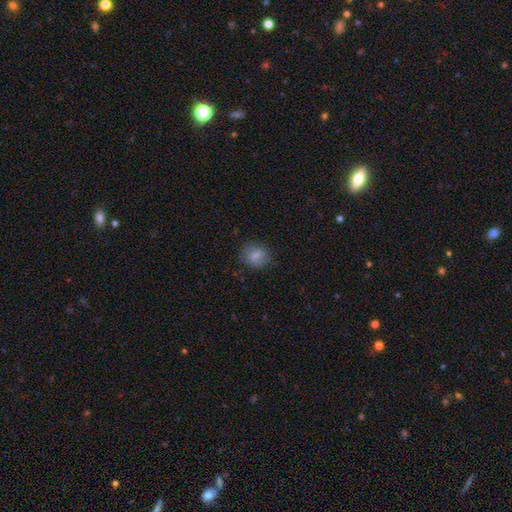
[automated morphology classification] A smooth galaxy with no disk features (72%) that is round (57%).

Vote fractions:
- Smooth or featured? smooth: 72% / featured or disk: 20% / star or artifact: 9%
- How rounded? round: 57% / in between: 42% / cigar-shaped: 1%
- Merging? none: 74% / minor disturbance: 19% / major disturbance: 6% / merger: 1%